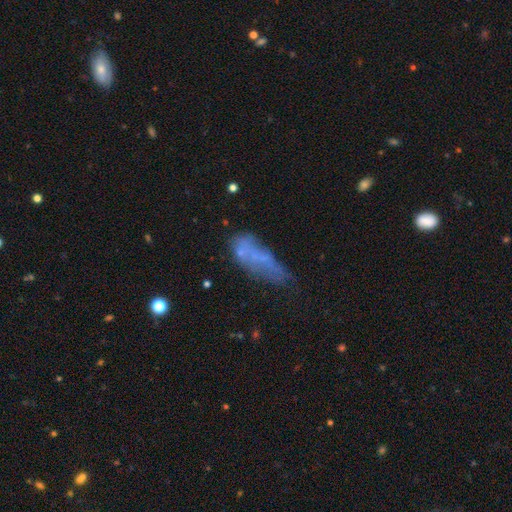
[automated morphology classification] A smooth galaxy with no disk features (49%).

Vote fractions:
- Smooth or featured? smooth: 49% / featured or disk: 35% / star or artifact: 16%
- Merging? none: 40% / minor disturbance: 24% / major disturbance: 22% / merger: 14%